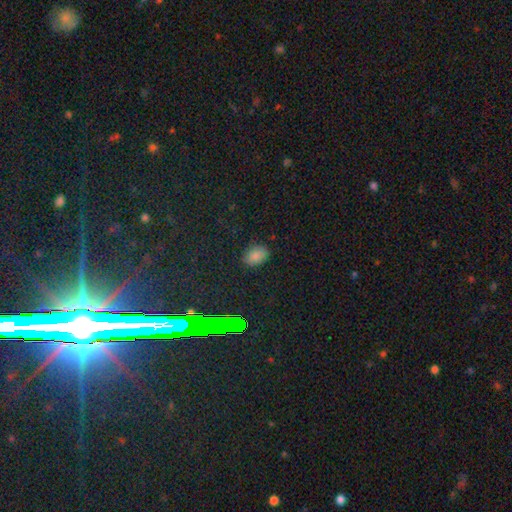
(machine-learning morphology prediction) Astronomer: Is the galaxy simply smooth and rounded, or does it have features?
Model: smooth — 81%.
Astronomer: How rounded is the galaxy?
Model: in between — 82%.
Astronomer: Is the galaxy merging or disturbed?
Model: none — 85%.